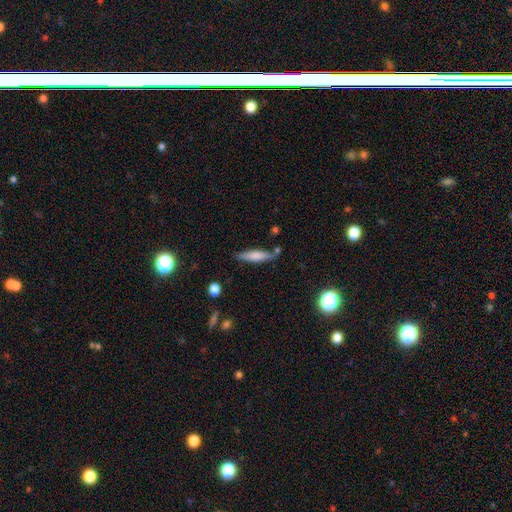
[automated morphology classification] A smooth galaxy with no disk features (69%) that is cigar-shaped (78%).

Vote fractions:
- Smooth or featured? smooth: 69% / featured or disk: 25% / star or artifact: 6%
- How rounded? cigar-shaped: 78% / in between: 20% / round: 2%
- Merging? none: 76% / minor disturbance: 15% / merger: 6% / major disturbance: 3%